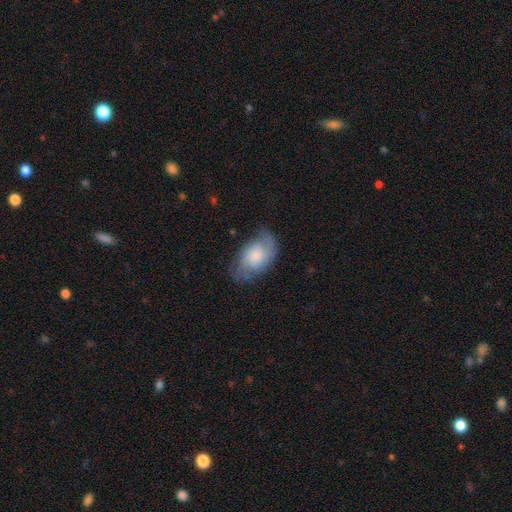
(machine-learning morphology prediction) Smooth or featured: featured or disk — 50% (smooth — 43%)
Edge-on disk: no — 95% (yes — 5%)
Merging: none — 63% (minor disturbance — 25%)